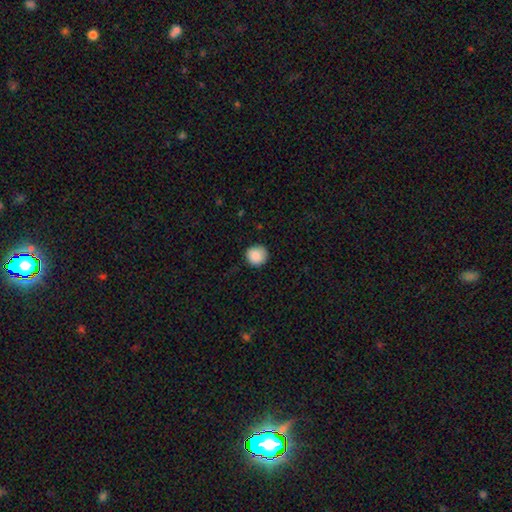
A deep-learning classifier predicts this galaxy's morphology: type=smooth (88%); roundness=round (92%); merging=none (85%).